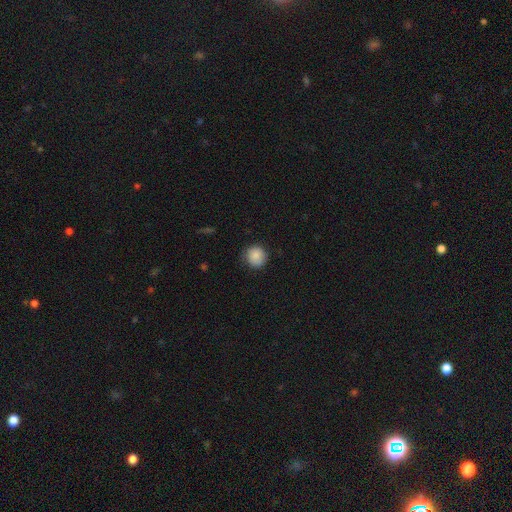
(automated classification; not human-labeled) smooth-or-featured: smooth: 87% | star or artifact: 8% | featured or disk: 5%
  how-rounded: round: 91% | in between: 9% | cigar-shaped: 1%
  merging: none: 80% | minor disturbance: 16% | major disturbance: 3% | merger: 1%